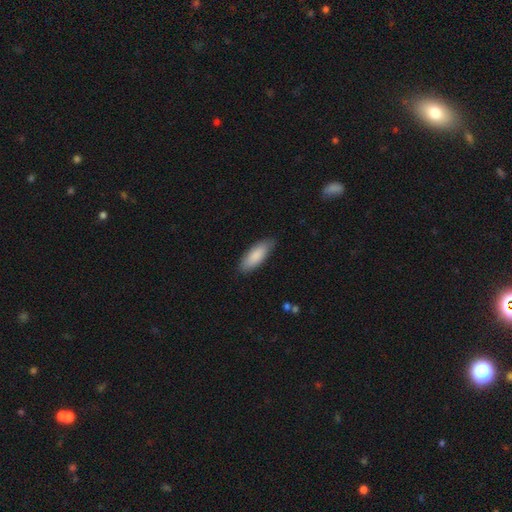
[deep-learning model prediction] A smooth galaxy with no disk features (87%) that is in between round and cigar-shaped (73%).

Vote fractions:
- Smooth or featured? smooth: 87% / featured or disk: 8% / star or artifact: 5%
- How rounded? in between: 73% / cigar-shaped: 26% / round: 1%
- Merging? none: 84% / minor disturbance: 13% / major disturbance: 2% / merger: 1%